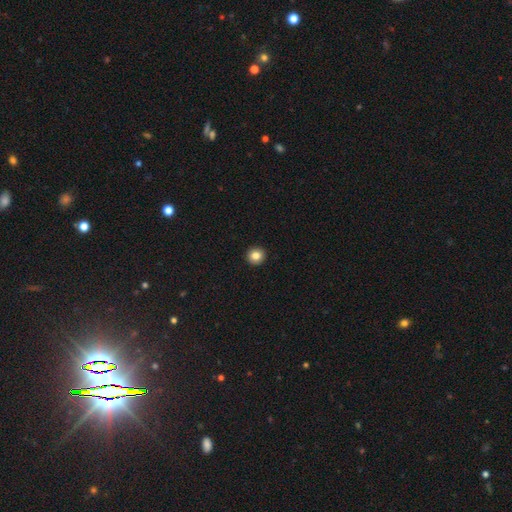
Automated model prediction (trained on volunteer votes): A smooth galaxy with no disk features (84%) that is round (94%). Merging: none (94%).